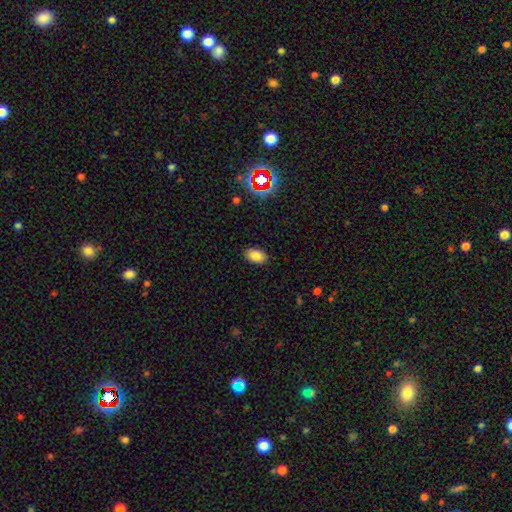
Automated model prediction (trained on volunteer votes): smooth-or-featured: smooth: 83% | star or artifact: 11% | featured or disk: 6%
  how-rounded: in between: 91% | round: 8% | cigar-shaped: 1%
  merging: none: 87% | minor disturbance: 9% | major disturbance: 2% | merger: 1%